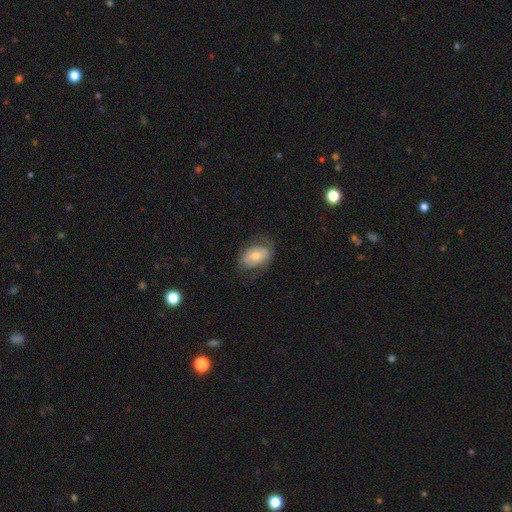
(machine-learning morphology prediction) Smooth or featured: smooth — 46% (tied with featured or disk — 46%)
Merging: none — 68% (minor disturbance — 19%)